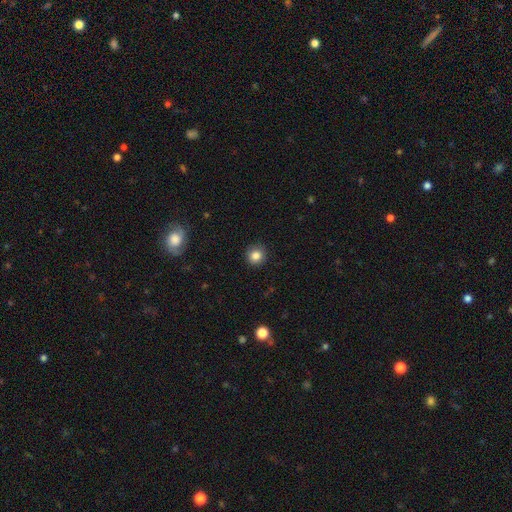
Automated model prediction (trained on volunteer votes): A smooth galaxy with no disk features (84%) that is round (92%). Merging: none (89%).